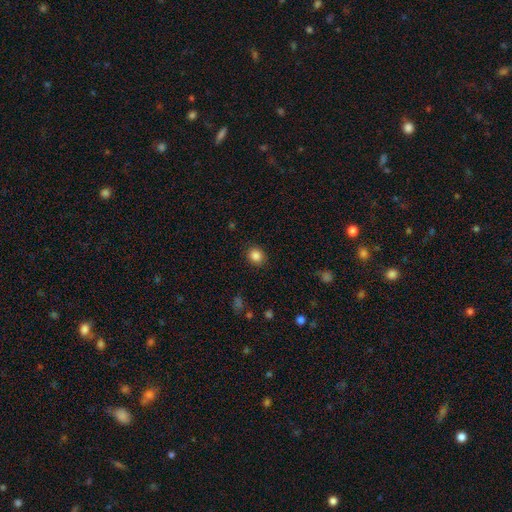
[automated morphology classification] The model was most divided on "how rounded": round: 70%, in between: 29%, cigar-shaped: 1%. More confident: merging — none (89%); smooth or featured — smooth (86%).